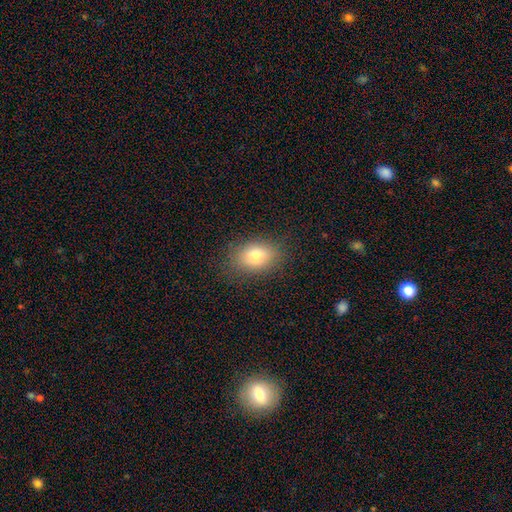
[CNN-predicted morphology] type=smooth (78%); roundness=in between (79%); merging=none (84%).